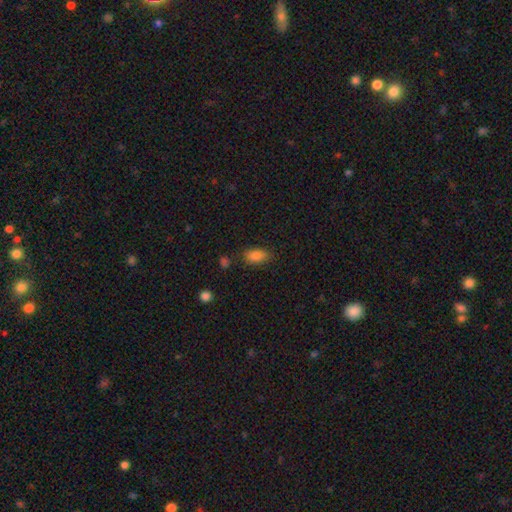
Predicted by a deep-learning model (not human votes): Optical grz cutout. It shows a smooth galaxy with no disk features (85%) that is in between round and cigar-shaped (89%). Merging: none (77%).